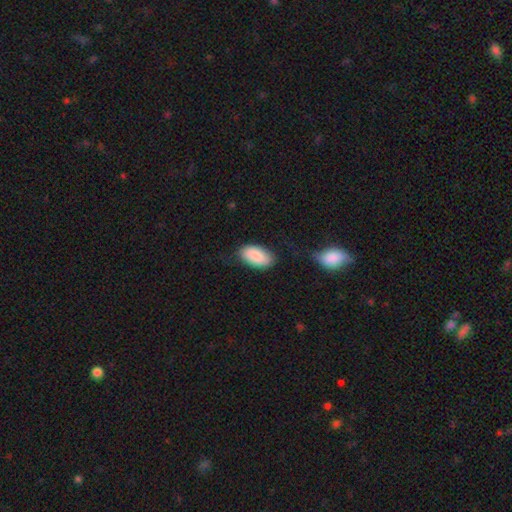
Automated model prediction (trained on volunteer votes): Smooth or featured: smooth — 88% (featured or disk — 6%)
How rounded: in between — 95% (round — 3%)
Merging: none — 75% (minor disturbance — 17%)